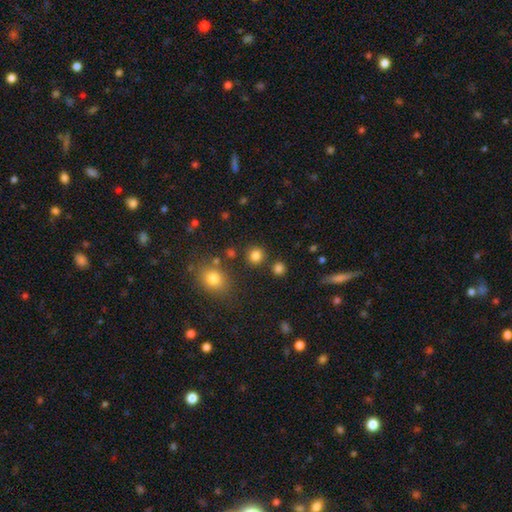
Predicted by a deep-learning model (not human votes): Morphology: type=smooth (82%); roundness=round (90%); merging=none (85%).